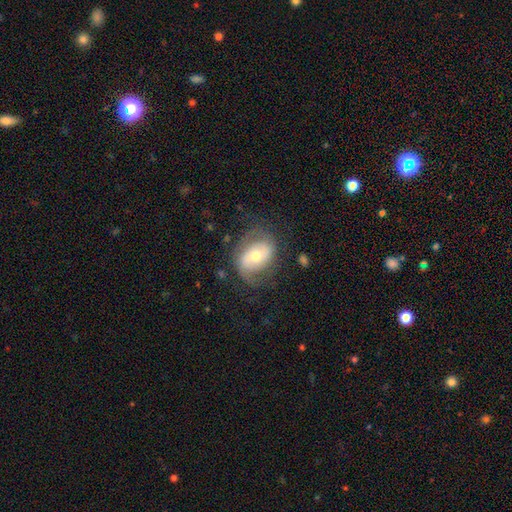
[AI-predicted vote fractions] Smooth or featured: featured or disk — 63% (smooth — 30%)
Edge-on disk: no — 96% (yes — 4%)
Bar: no — 50% (weak — 33%)
Spiral arms: yes — 75% (no — 25%)
Bulge size: moderate — 64% (small — 27%)
Merging: none — 63% (minor disturbance — 21%)